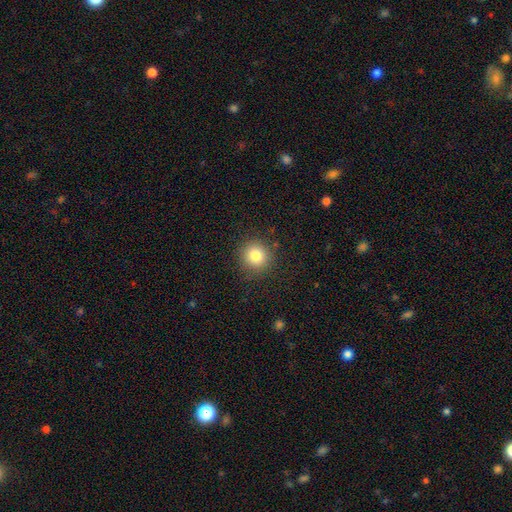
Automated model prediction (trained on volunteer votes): A smooth galaxy with no disk features (82%) that is round (92%).

Vote fractions:
- Smooth or featured? smooth: 82% / star or artifact: 11% / featured or disk: 7%
- How rounded? round: 92% / in between: 7% / cigar-shaped: 1%
- Merging? none: 89% / minor disturbance: 7% / major disturbance: 3% / merger: 1%